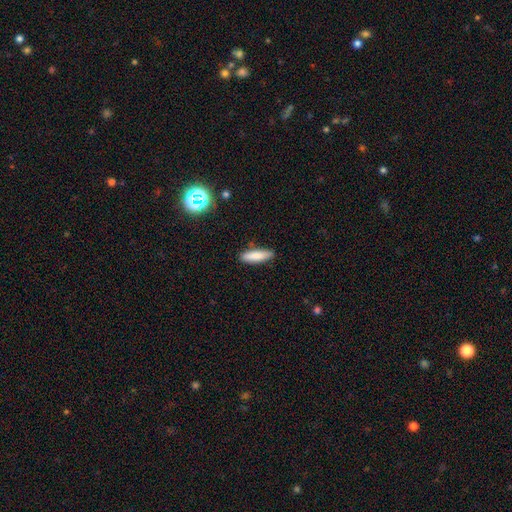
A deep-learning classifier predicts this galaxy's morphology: This is clearly a smooth galaxy (82%). How rounded: likely cigar-shaped (63%). Merging: clearly none (86%).